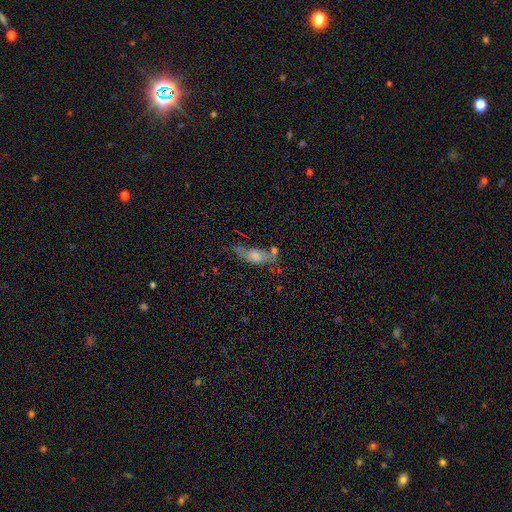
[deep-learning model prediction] This is possibly a smooth galaxy (52%). How rounded: likely in between (65%). Merging: marginally none (41%).